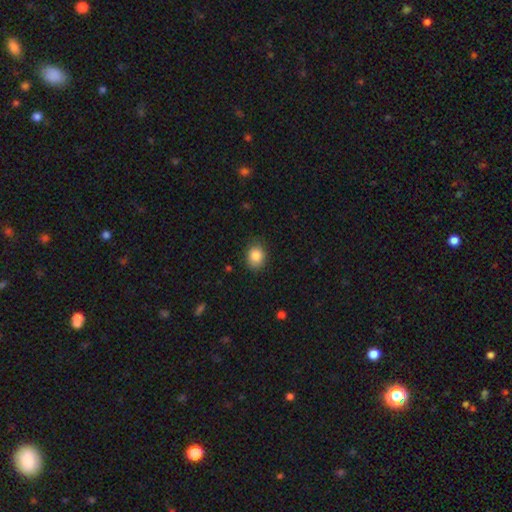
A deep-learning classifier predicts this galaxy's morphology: type=smooth (85%); roundness=round (58%); merging=none (82%).